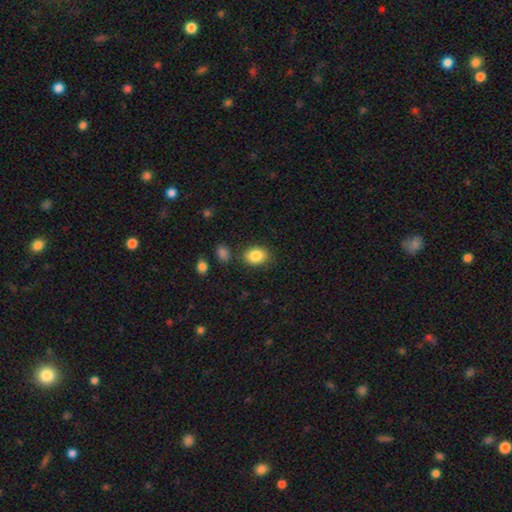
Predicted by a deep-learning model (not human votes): A smooth galaxy with no disk features (86%) that is in between round and cigar-shaped (68%). Merging: none (82%).